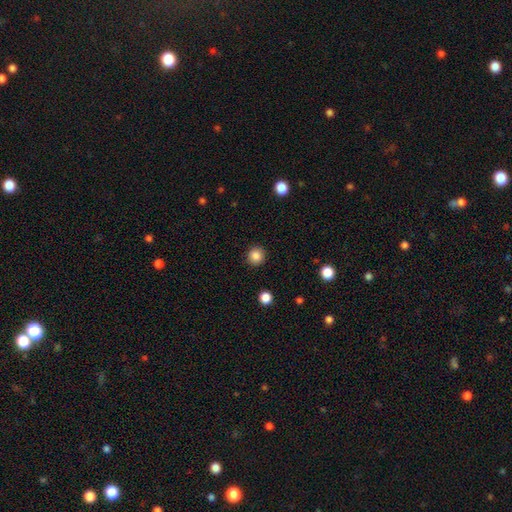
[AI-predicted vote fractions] This is clearly a smooth galaxy (86%). How rounded: clearly round (92%). Merging: clearly none (91%).